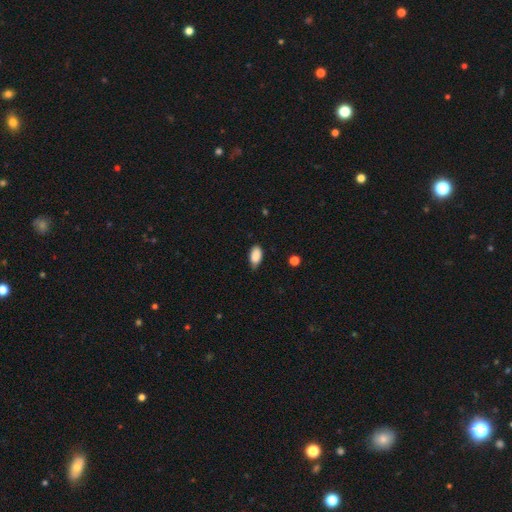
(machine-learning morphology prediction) Smooth or featured? smooth (88%)
How rounded? in between (93%)
Merging? none (67%)